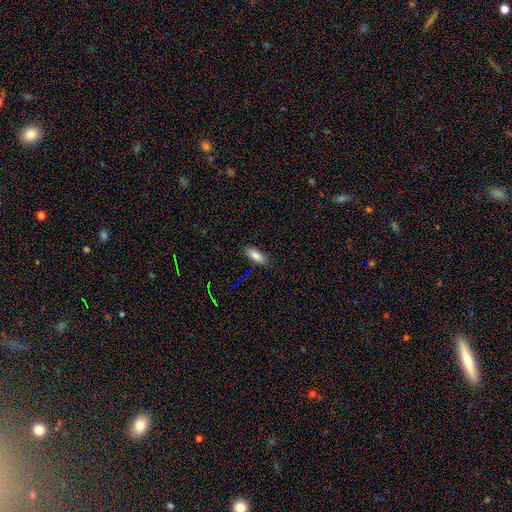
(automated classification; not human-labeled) Smooth or featured: smooth — 82% (featured or disk — 9%)
How rounded: in between — 74% (cigar-shaped — 23%)
Merging: none — 84% (minor disturbance — 12%)